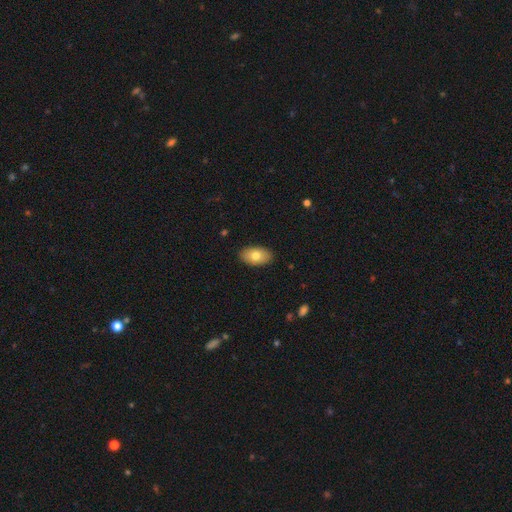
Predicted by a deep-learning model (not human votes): Q: Smooth or featured?
A: smooth (75%); runner-up: featured or disk (18%)
Q: How rounded?
A: in between (93%); runner-up: round (6%)
Q: Merging?
A: none (89%); runner-up: minor disturbance (9%)